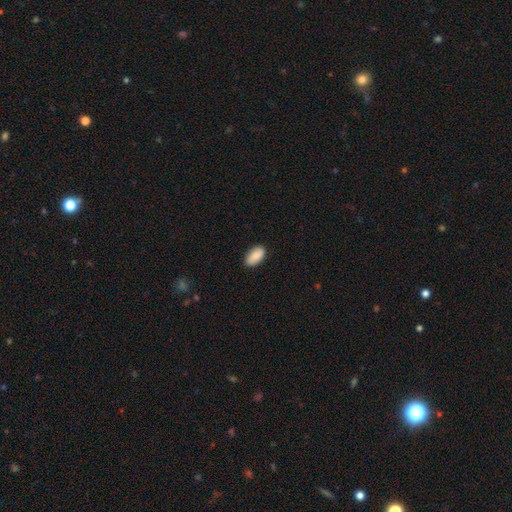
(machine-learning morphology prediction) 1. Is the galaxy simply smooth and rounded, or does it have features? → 89% smooth, 6% star or artifact, 5% featured or disk.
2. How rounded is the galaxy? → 94% in between, 3% cigar-shaped, 3% round.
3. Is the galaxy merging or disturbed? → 87% none, 10% minor disturbance, 2% major disturbance, 1% merger.